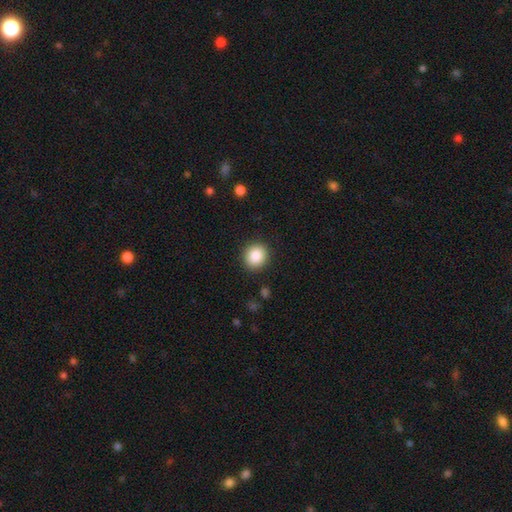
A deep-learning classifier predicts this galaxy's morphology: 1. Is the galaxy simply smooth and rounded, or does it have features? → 88% smooth, 9% star or artifact, 4% featured or disk.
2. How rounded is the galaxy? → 84% round, 15% in between, 1% cigar-shaped.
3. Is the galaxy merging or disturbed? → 90% none, 7% minor disturbance, 2% major disturbance, 1% merger.